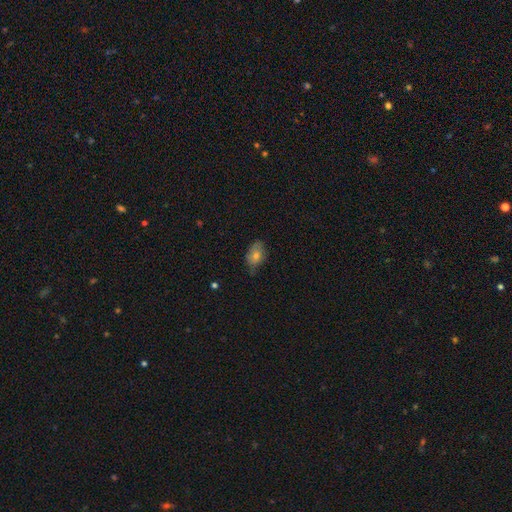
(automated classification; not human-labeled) Smooth or featured? smooth (64%)
How rounded? in between (83%)
Merging? none (61%)